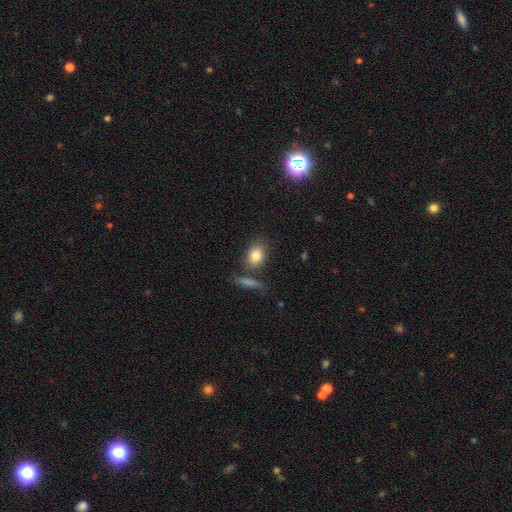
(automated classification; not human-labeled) Smooth or featured?
  - smooth: 83% *
  - featured or disk: 9%
  - star or artifact: 8%
How rounded?
  - in between: 72% *
  - round: 25%
  - cigar-shaped: 3%
Merging?
  - none: 71% *
  - merger: 13%
  - minor disturbance: 13%
  - major disturbance: 4%